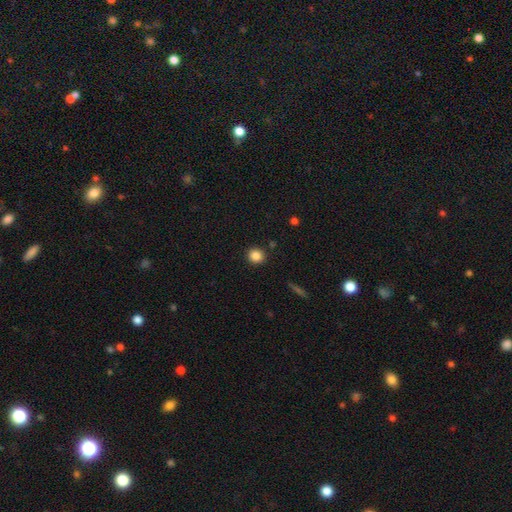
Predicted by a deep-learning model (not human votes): The model was most divided on "smooth or featured": smooth: 85%, star or artifact: 10%, featured or disk: 4%. More confident: merging — none (89%); how rounded — round (89%).